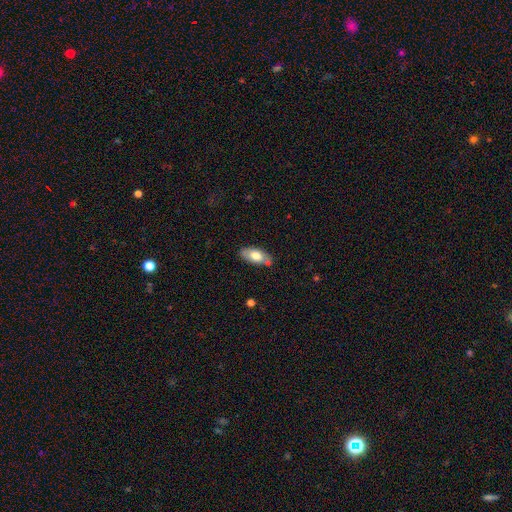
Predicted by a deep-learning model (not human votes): Morphology: type=smooth (69%); roundness=in between (91%); merging=none (76%).